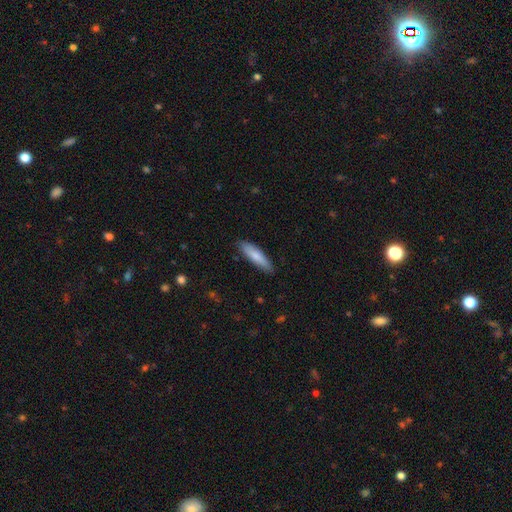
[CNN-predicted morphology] This appears to be a smooth galaxy with no disk features (77%) that is cigar-shaped (72%). Merging: none (87%).